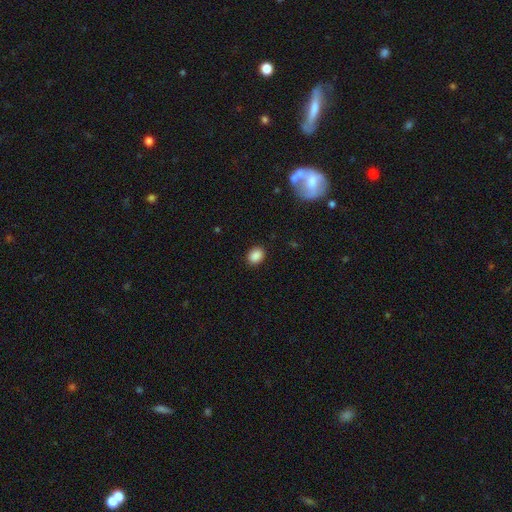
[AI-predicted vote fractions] A smooth galaxy with no disk features (89%) that is in between round and cigar-shaped (61%). Merging: none (89%).